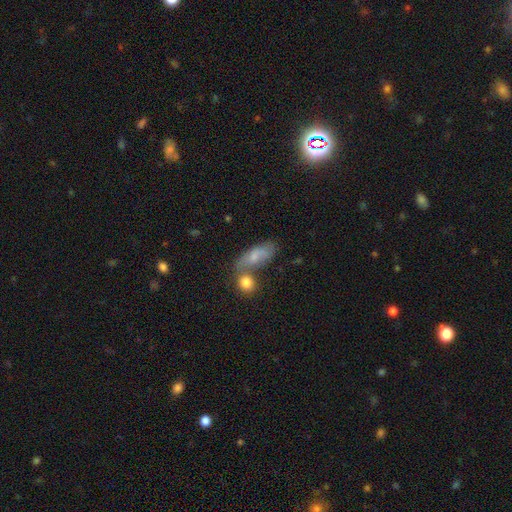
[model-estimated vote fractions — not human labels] Smooth or featured: smooth — 72% (featured or disk — 19%)
How rounded: in between — 75% (cigar-shaped — 18%)
Merging: none — 42% (merger — 33%)